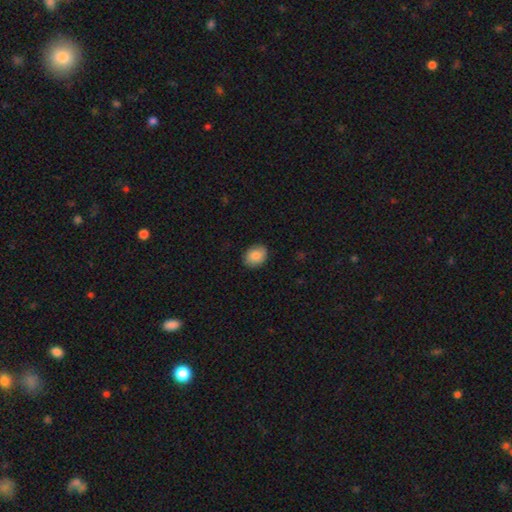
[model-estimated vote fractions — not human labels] Q: Smooth or featured?
A: smooth (85%); runner-up: featured or disk (8%)
Q: How rounded?
A: in between (53%); runner-up: round (46%)
Q: Merging?
A: none (85%); runner-up: minor disturbance (11%)